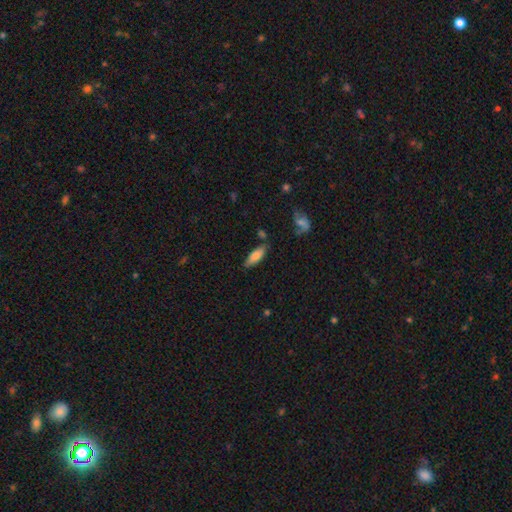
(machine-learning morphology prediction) The model was most divided on "how rounded": in between: 63%, cigar-shaped: 35%, round: 2%. More confident: smooth or featured — smooth (75%); merging — none (74%).